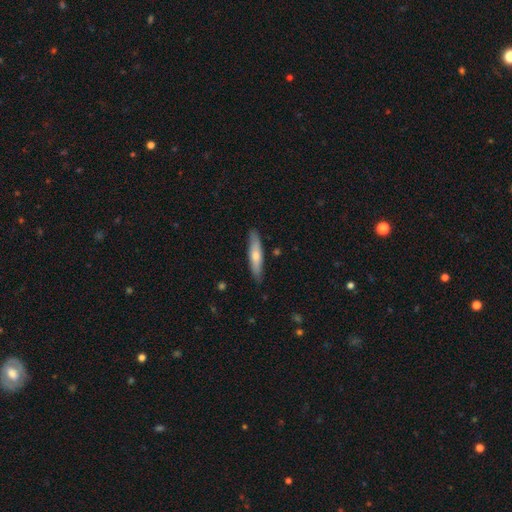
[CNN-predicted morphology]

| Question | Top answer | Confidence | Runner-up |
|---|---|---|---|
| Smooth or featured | smooth | 61% | featured or disk (34%) |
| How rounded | cigar-shaped | 80% | in between (18%) |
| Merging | none | 85% | minor disturbance (12%) |